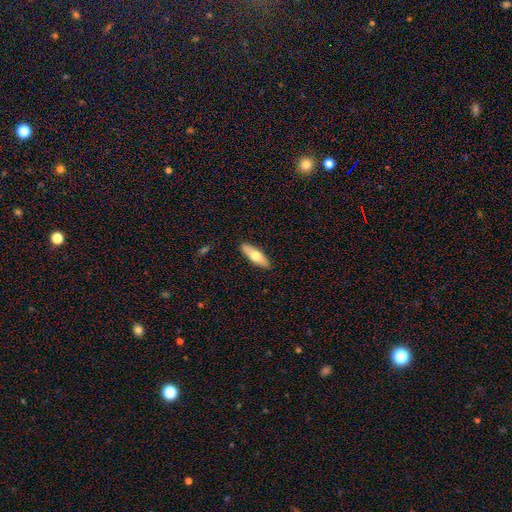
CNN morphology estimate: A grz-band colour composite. It shows a smooth galaxy with no disk features (61%) that is cigar-shaped (50%). Merging: none (88%).